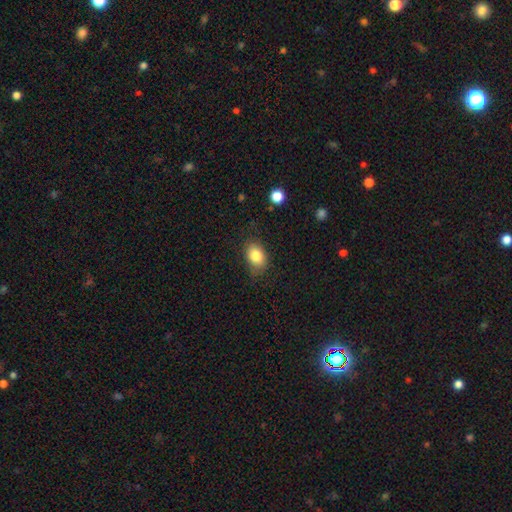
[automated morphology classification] Smooth or featured? smooth (83%)
How rounded? in between (77%)
Merging? none (77%)